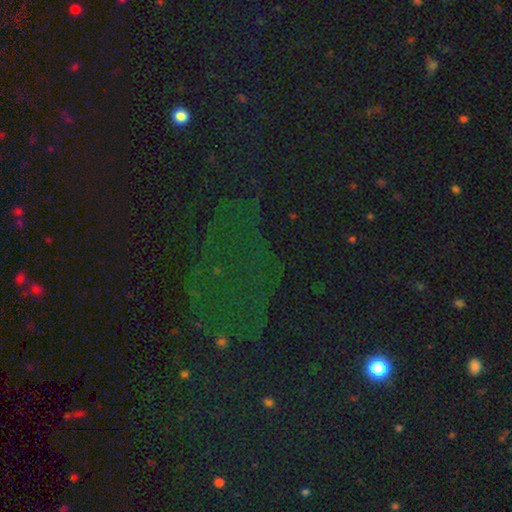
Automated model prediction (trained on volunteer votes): smooth_or_featured: star or artifact (p=0.71) [alt: smooth p=0.16]